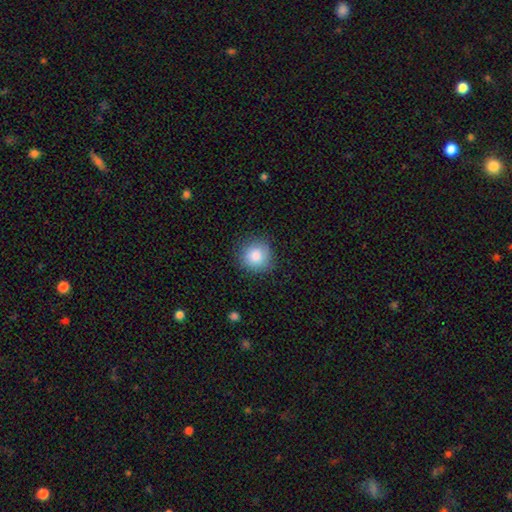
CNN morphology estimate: type=smooth (85%); roundness=round (91%); merging=none (83%).